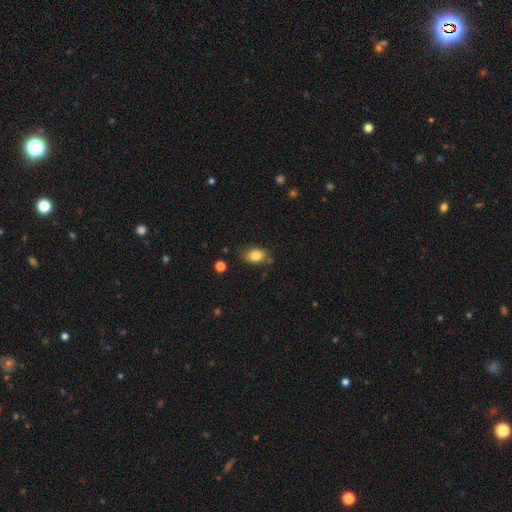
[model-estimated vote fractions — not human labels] smooth_or_featured: smooth (p=0.82) [alt: featured or disk p=0.09]
how_rounded: in between (p=0.79) [alt: round p=0.20]
merging: none (p=0.73) [alt: minor disturbance p=0.19]